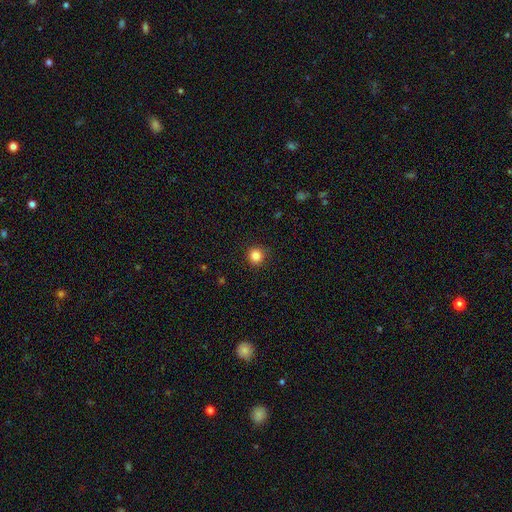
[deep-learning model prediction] This appears to be a smooth galaxy with no disk features (85%) that is round (94%). Merging: none (91%).